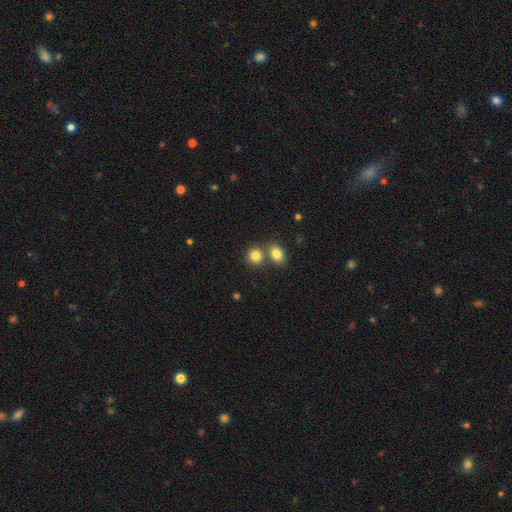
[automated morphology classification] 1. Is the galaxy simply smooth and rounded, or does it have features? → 82% smooth, 10% star or artifact, 8% featured or disk.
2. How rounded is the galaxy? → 75% round, 24% in between, 1% cigar-shaped.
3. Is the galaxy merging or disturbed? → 54% none, 36% merger, 8% minor disturbance, 3% major disturbance.